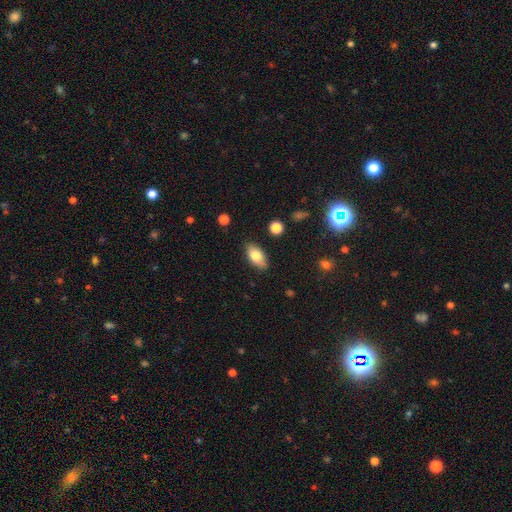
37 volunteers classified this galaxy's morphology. smooth 86%, featured or disk 11%, star or artifact 3%. Down the decision tree: how rounded — in between (91%); merging — none (89%).